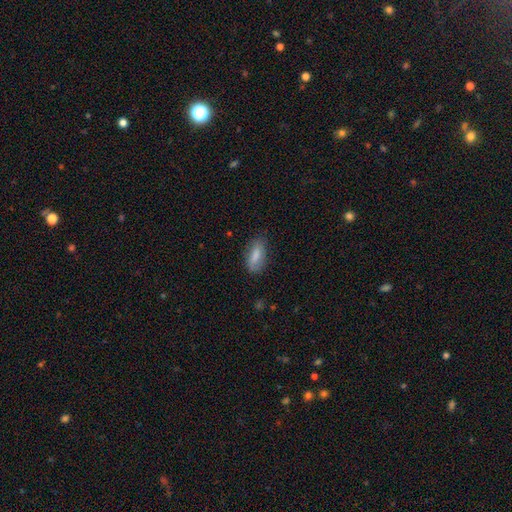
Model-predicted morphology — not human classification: type=smooth (81%); roundness=in between (80%); merging=none (74%).